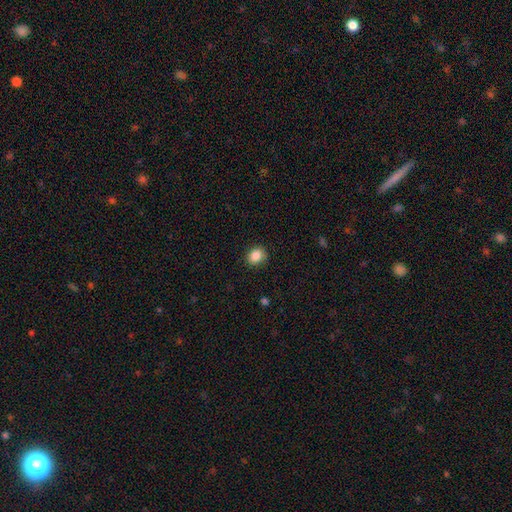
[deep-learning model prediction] smooth_or_featured: smooth (p=0.86) [alt: star or artifact p=0.09]
how_rounded: round (p=0.60) [alt: in between p=0.39]
merging: none (p=0.84) [alt: minor disturbance p=0.12]